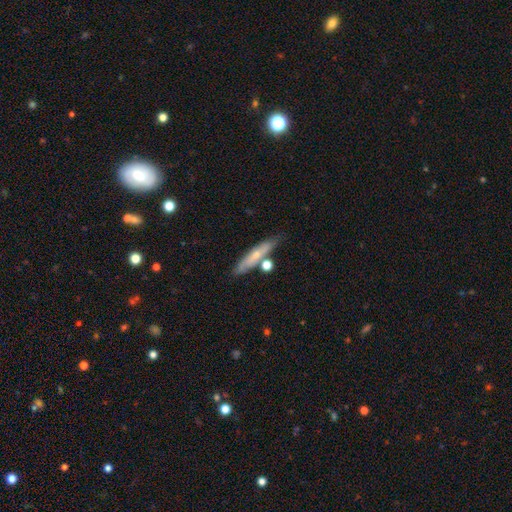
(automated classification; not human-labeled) Smooth or featured? Predicted: smooth (p=0.57). How rounded? Predicted: cigar-shaped (p=0.84). Merging? Predicted: none (p=0.71).